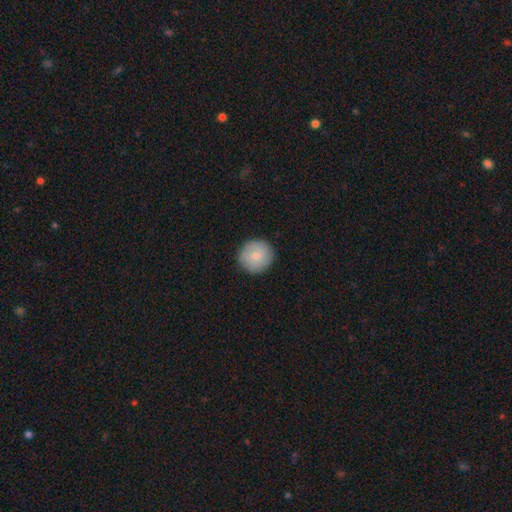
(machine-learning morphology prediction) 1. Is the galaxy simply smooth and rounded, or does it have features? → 79% smooth, 15% featured or disk, 6% star or artifact.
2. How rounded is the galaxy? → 94% round, 5% in between, 1% cigar-shaped.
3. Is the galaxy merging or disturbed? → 88% none, 9% minor disturbance, 2% major disturbance, 1% merger.